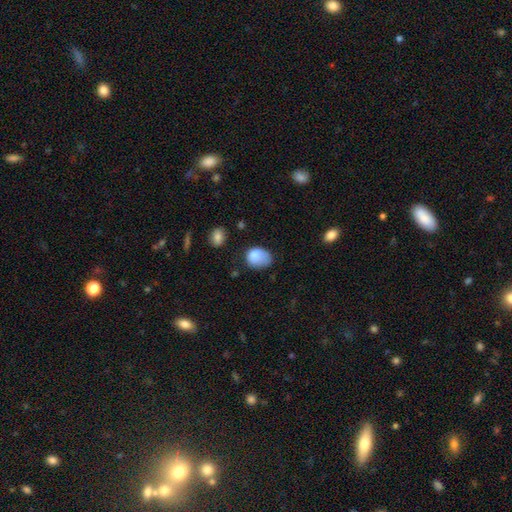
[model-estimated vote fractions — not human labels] The model was most divided on "merging": minor disturbance: 39%, none: 37%, major disturbance: 20%, merger: 4%. More confident: smooth or featured — smooth (81%); how rounded — in between (62%).